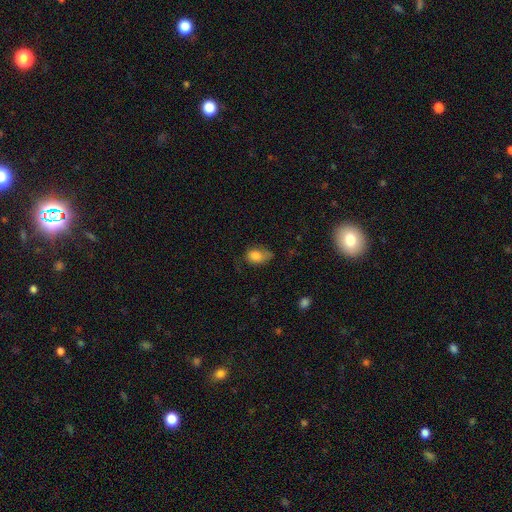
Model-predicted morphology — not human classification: A smooth galaxy with no disk features (80%) that is in between round and cigar-shaped (84%). Merging: none (41%).